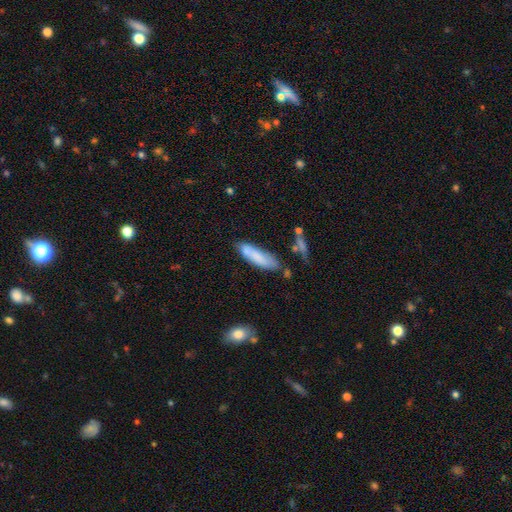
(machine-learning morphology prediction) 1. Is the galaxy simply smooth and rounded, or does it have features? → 77% smooth, 16% featured or disk, 7% star or artifact.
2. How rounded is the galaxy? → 65% cigar-shaped, 34% in between, 2% round.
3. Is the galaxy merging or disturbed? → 63% none, 23% minor disturbance, 9% merger, 6% major disturbance.